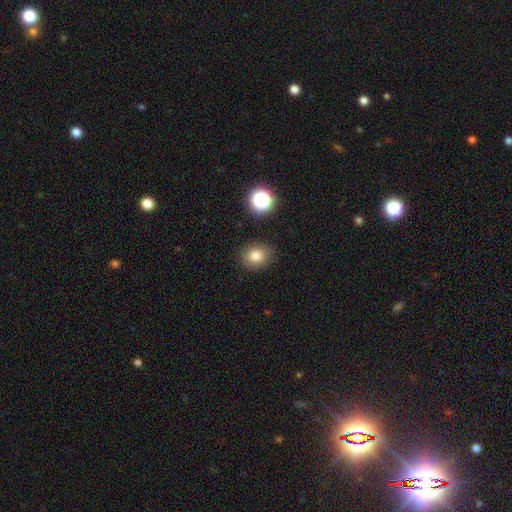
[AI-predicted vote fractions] smooth-or-featured: smooth: 80% | star or artifact: 13% | featured or disk: 8%
  how-rounded: round: 63% | in between: 36% | cigar-shaped: 1%
  merging: none: 87% | minor disturbance: 8% | major disturbance: 3% | merger: 2%